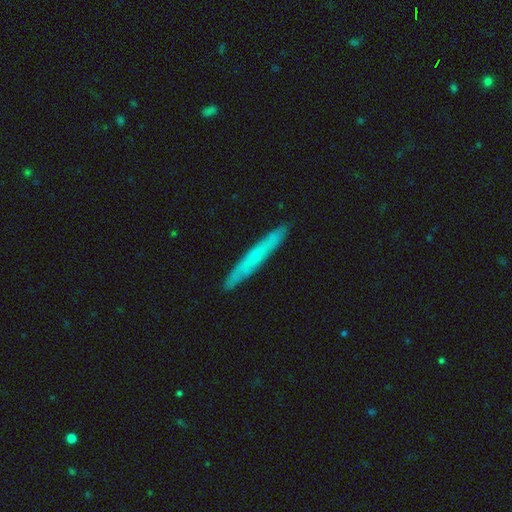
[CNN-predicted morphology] smooth_or_featured: smooth (p=0.50) [alt: featured or disk p=0.44]
merging: none (p=0.90) [alt: minor disturbance p=0.08]